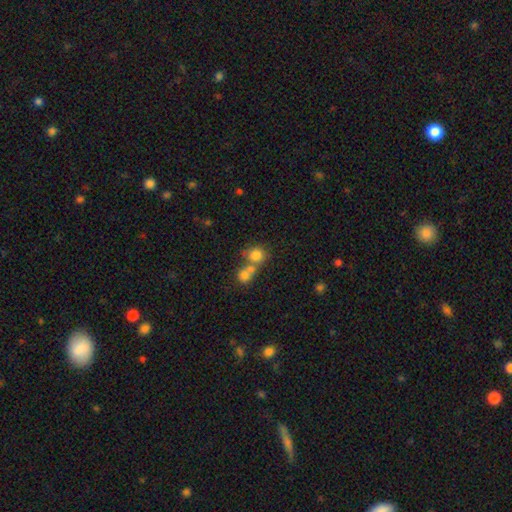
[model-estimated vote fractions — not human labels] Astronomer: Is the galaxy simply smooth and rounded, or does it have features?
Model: smooth — 78%.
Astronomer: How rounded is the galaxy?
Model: round — 78%.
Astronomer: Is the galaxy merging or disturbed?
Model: merger — 50% (runner-up: none, 38%).